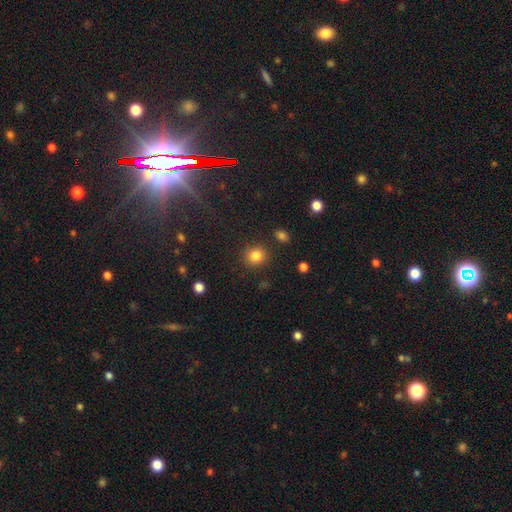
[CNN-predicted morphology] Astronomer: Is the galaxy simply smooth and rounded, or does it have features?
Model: smooth — 83%.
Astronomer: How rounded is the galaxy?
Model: round — 85%.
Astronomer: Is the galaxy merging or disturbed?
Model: none — 87%.